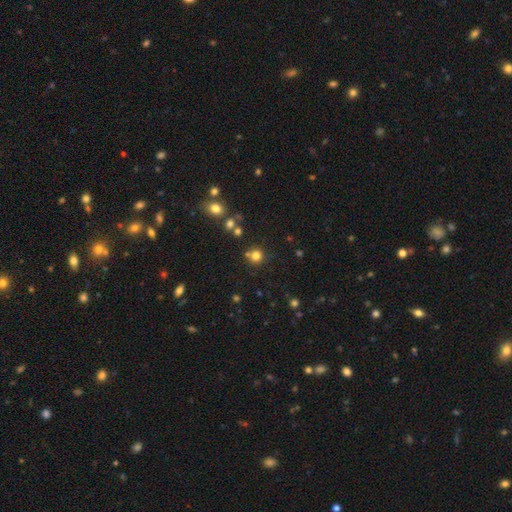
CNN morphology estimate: Smooth or featured?
  - smooth: 75% *
  - star or artifact: 18%
  - featured or disk: 7%
How rounded?
  - round: 92% *
  - in between: 7%
  - cigar-shaped: 1%
Merging?
  - none: 74% *
  - merger: 15%
  - minor disturbance: 8%
  - major disturbance: 3%